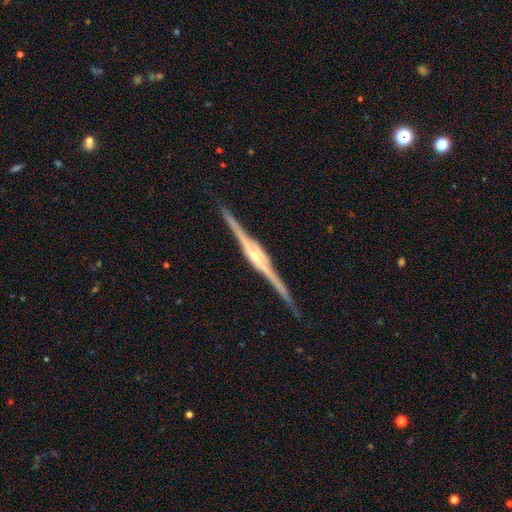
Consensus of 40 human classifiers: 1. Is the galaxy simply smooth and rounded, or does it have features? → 98% featured or disk, 2% smooth, 0% star or artifact.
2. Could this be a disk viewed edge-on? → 100% yes, 0% no.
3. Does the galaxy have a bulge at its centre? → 92% boxy, 8% rounded, 0% none.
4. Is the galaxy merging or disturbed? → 85% none, 12% minor disturbance, 2% major disturbance, 0% merger.